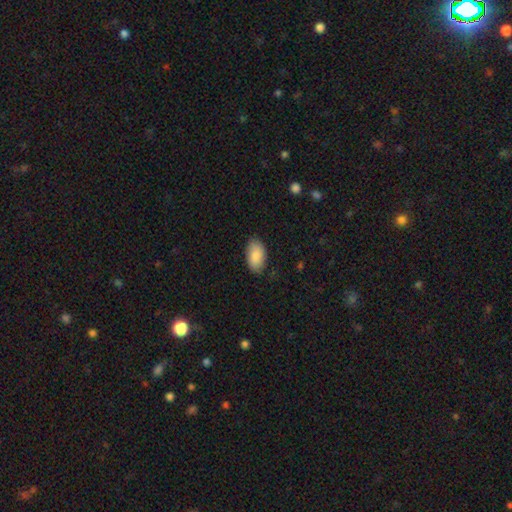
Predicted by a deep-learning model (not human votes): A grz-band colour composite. It shows a smooth galaxy with no disk features (84%) that is in between round and cigar-shaped (94%). Merging: none (82%).